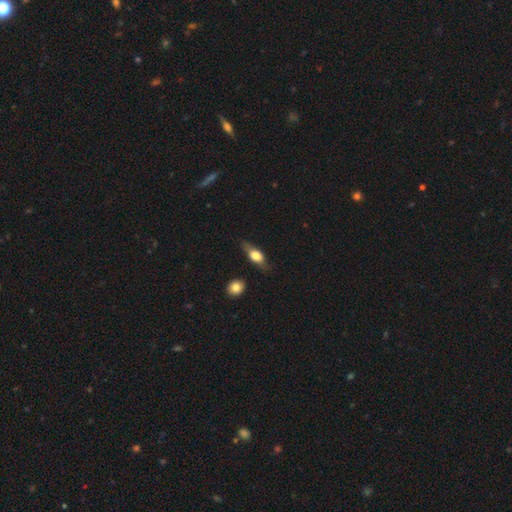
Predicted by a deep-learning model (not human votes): A smooth galaxy with no disk features (57%) that is in between round and cigar-shaped (66%).

Vote fractions:
- Smooth or featured? smooth: 57% / featured or disk: 36% / star or artifact: 7%
- How rounded? in between: 66% / cigar-shaped: 25% / round: 9%
- Merging? none: 70% / minor disturbance: 21% / major disturbance: 6% / merger: 3%